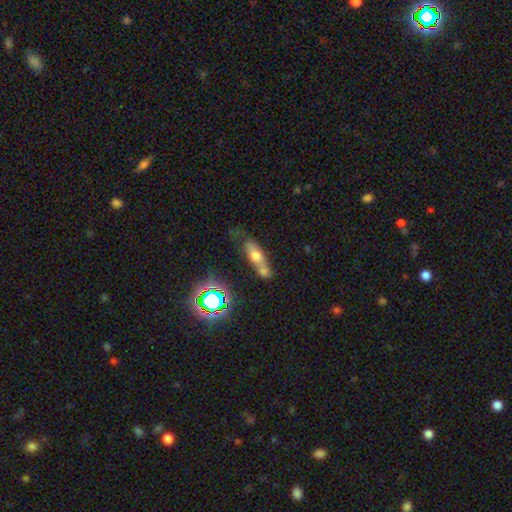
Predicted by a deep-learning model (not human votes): Smooth or featured? smooth (55%)
How rounded? in between (57%)
Merging? merger (43%)